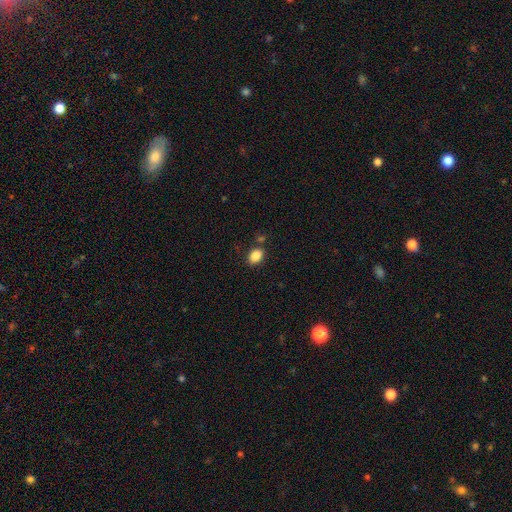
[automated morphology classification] smooth 87%, star or artifact 9%, featured or disk 4%. Down the decision tree: how rounded — in between (79%); merging — none (79%).